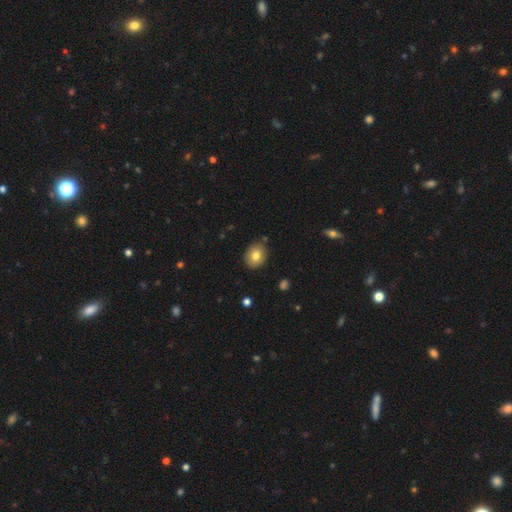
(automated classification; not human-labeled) Smooth or featured? smooth (77%)
How rounded? round (65%)
Merging? none (84%)